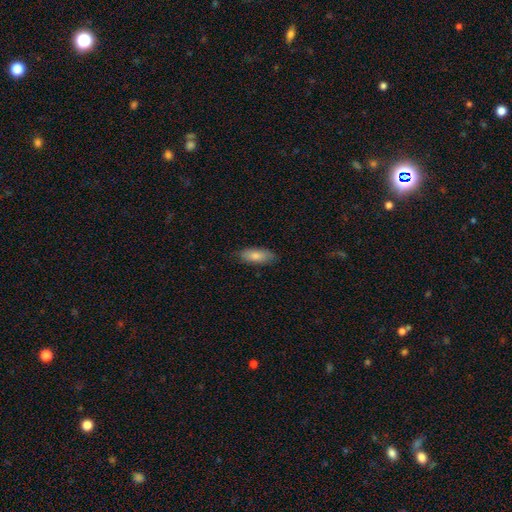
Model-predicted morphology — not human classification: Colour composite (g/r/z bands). It shows a smooth galaxy with no disk features (82%) that is in between round and cigar-shaped (78%). Merging: none (83%).